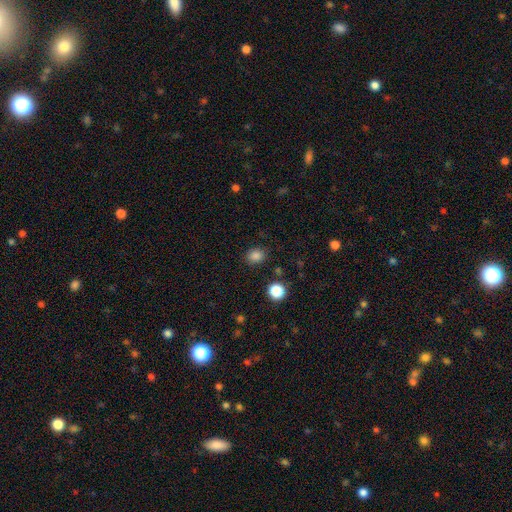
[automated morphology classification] Smooth or featured: smooth — 84% (star or artifact — 13%)
How rounded: round — 64% (in between — 35%)
Merging: none — 86% (minor disturbance — 9%)